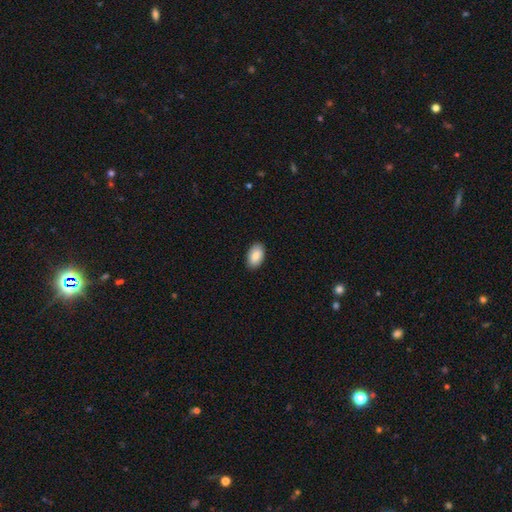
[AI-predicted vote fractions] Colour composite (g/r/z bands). It shows a smooth galaxy with no disk features (86%) that is in between round and cigar-shaped (94%). Merging: none (89%).